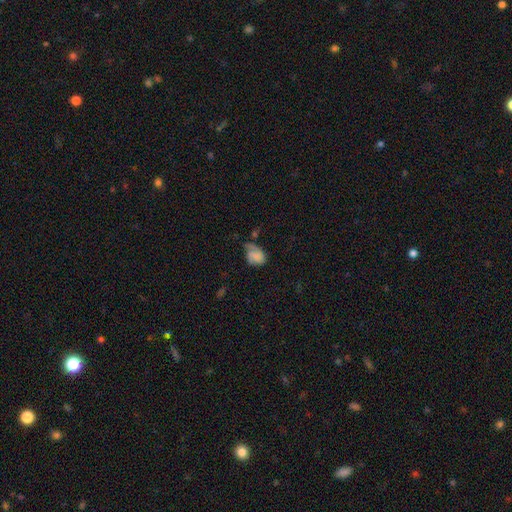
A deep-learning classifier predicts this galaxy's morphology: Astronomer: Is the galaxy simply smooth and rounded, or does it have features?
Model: smooth — 64%.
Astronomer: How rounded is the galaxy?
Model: in between — 71%.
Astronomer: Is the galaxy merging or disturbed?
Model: minor disturbance — 33% (runner-up: major disturbance, 29%).